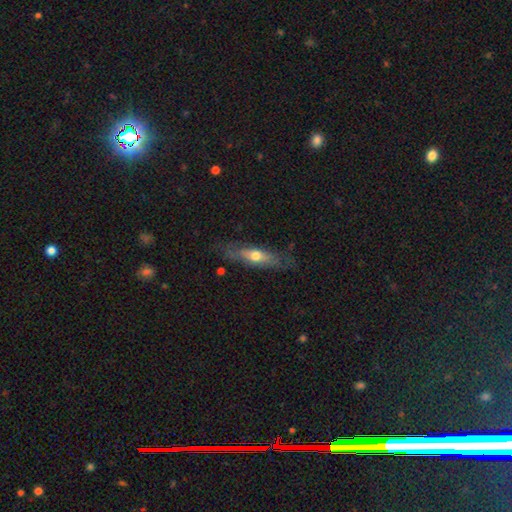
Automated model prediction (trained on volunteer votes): This is possibly a featured or disk galaxy (47%, tied with smooth). Merging: likely none (70%).